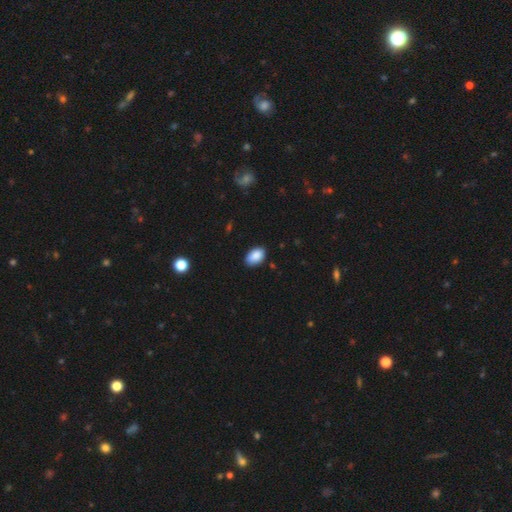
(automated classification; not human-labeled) This appears to be a smooth galaxy with no disk features (89%) that is in between round and cigar-shaped (91%). Merging: none (84%).